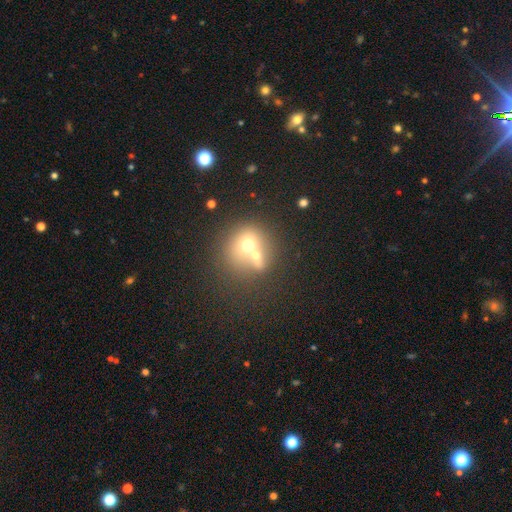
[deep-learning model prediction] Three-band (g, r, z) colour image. It shows a smooth galaxy with no disk features (63%) that is round (76%). Merging: merger (64%).